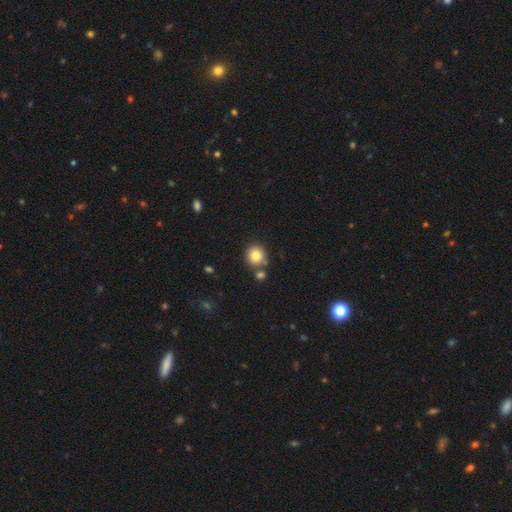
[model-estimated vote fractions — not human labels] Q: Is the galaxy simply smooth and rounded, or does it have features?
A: smooth — 81%.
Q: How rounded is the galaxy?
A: round — 89%.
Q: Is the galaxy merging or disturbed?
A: none — 73%.